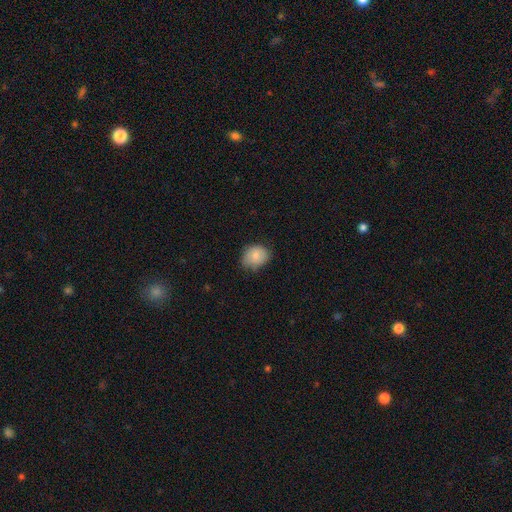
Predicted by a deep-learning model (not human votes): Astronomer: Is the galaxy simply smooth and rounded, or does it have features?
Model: smooth — 81%.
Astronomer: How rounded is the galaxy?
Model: round — 51% (runner-up: in between, 48%).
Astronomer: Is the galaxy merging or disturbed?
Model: none — 63%.